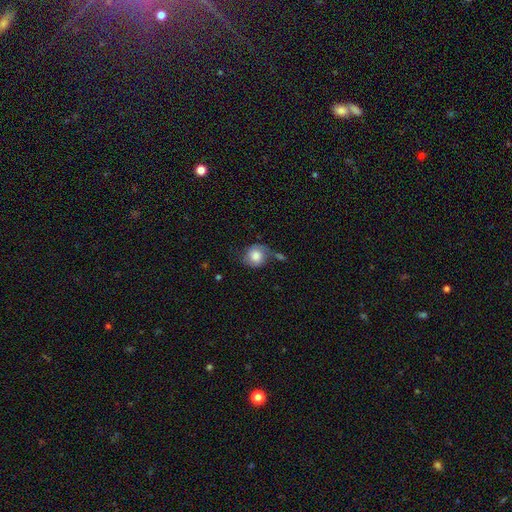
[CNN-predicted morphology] A smooth galaxy with no disk features (71%) that is round (79%).

Vote fractions:
- Smooth or featured? smooth: 71% / featured or disk: 21% / star or artifact: 8%
- How rounded? round: 79% / in between: 20% / cigar-shaped: 1%
- Merging? none: 48% / minor disturbance: 25% / major disturbance: 14% / merger: 13%